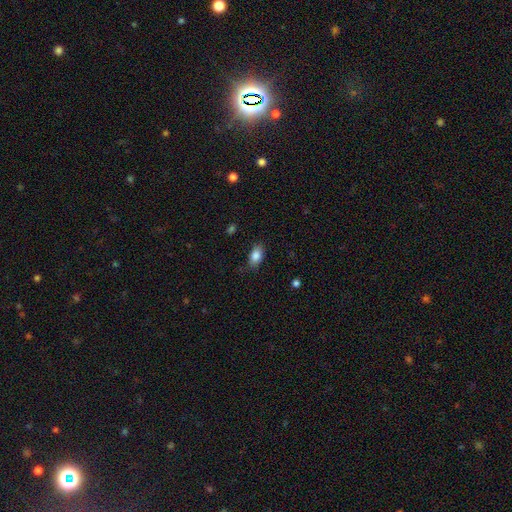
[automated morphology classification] Smooth or featured? Predicted: smooth (p=0.86). How rounded? Predicted: in between (p=0.88). Merging? Predicted: none (p=0.78).